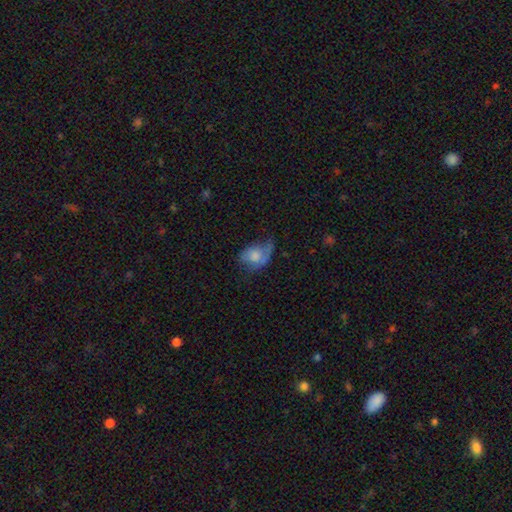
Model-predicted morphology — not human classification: The model was most divided on "merging": minor disturbance: 35%, none: 32%, major disturbance: 31%, merger: 3%. More confident: how rounded — in between (77%); smooth or featured — smooth (59%).